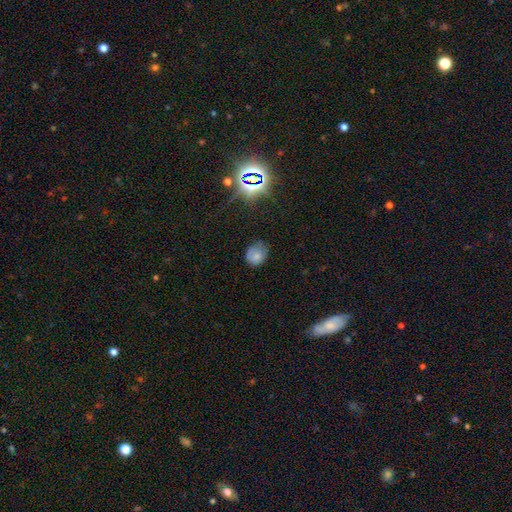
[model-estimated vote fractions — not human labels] smooth_or_featured: smooth (p=0.74) [alt: star or artifact p=0.14]
how_rounded: round (p=0.70) [alt: in between p=0.29]
merging: none (p=0.57) [alt: minor disturbance p=0.32]